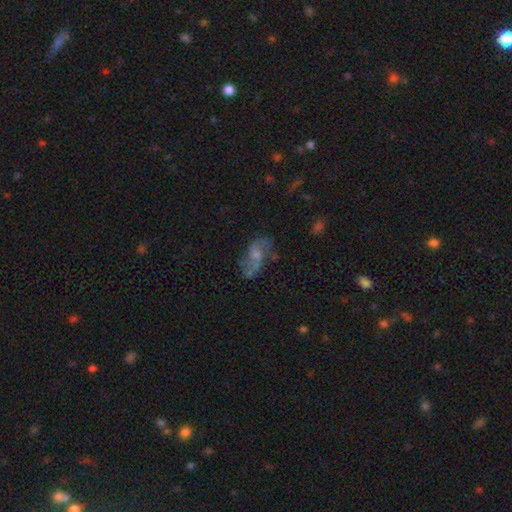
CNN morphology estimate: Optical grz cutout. It shows a featured or disk galaxy (66%) with no bar (59%), spiral arms (79%) and a small central bulge (42%). Merging: none (57%).